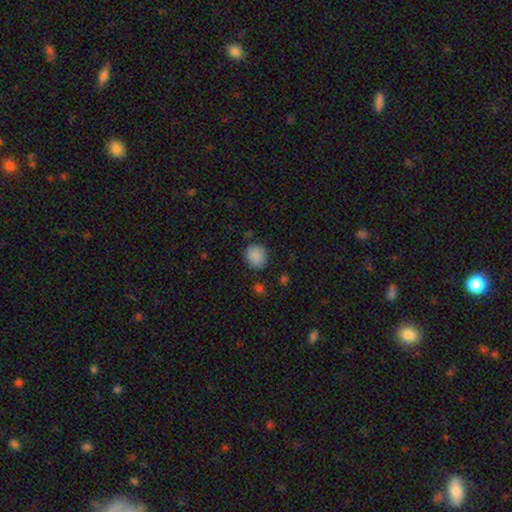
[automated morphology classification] Smooth or featured: smooth — 88% (star or artifact — 8%)
How rounded: round — 82% (in between — 17%)
Merging: none — 82% (minor disturbance — 12%)